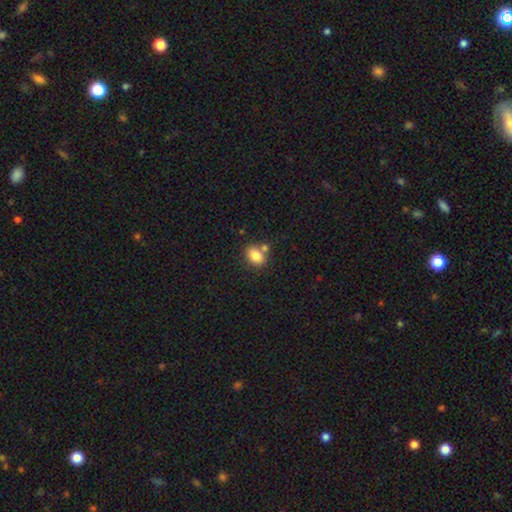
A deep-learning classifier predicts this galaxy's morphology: Smooth or featured? smooth (82%)
How rounded? in between (72%)
Merging? none (63%)